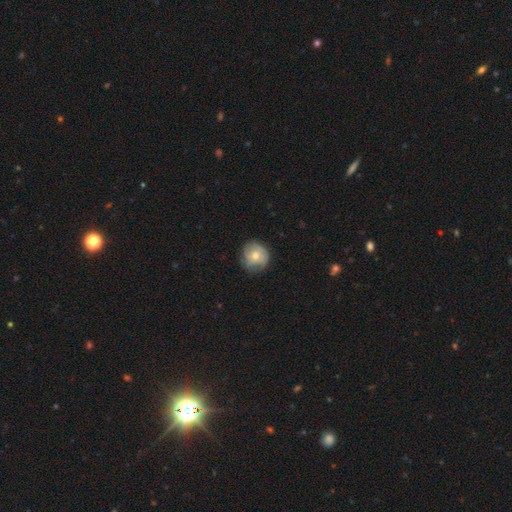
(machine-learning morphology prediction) Q: Smooth or featured?
A: smooth (57%); runner-up: featured or disk (35%)
Q: How rounded?
A: round (88%); runner-up: in between (11%)
Q: Merging?
A: none (73%); runner-up: minor disturbance (21%)